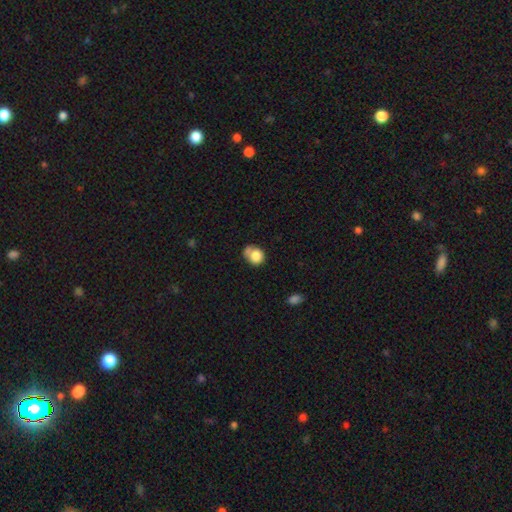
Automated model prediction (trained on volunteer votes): smooth 79%, featured or disk 12%, star or artifact 9%. Down the decision tree: how rounded — round (69%); merging — none (42%).